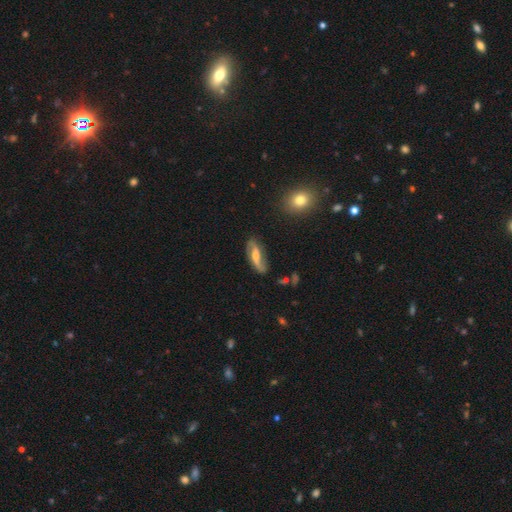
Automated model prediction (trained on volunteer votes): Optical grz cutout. It shows a featured or disk galaxy (76%) with a weak bar (38%), 2 (89%) loose (70%) spiral arms (92%) and a moderate central bulge (55%). Merging: none (73%).